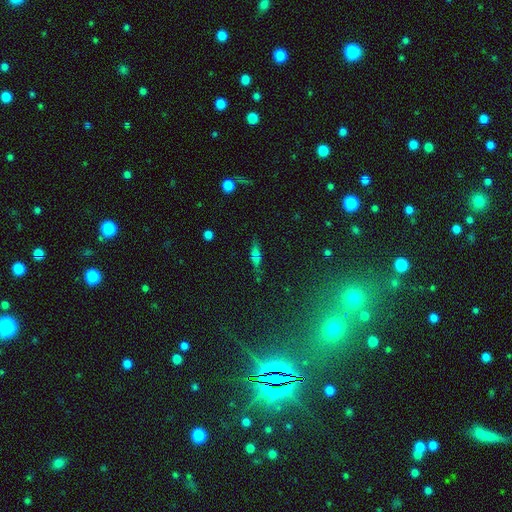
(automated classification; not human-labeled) Smooth or featured?
  - smooth: 53% *
  - featured or disk: 29%
  - star or artifact: 18%
How rounded?
  - cigar-shaped: 66% *
  - in between: 29%
  - round: 5%
Merging?
  - none: 71% *
  - minor disturbance: 17%
  - merger: 6%
  - major disturbance: 6%